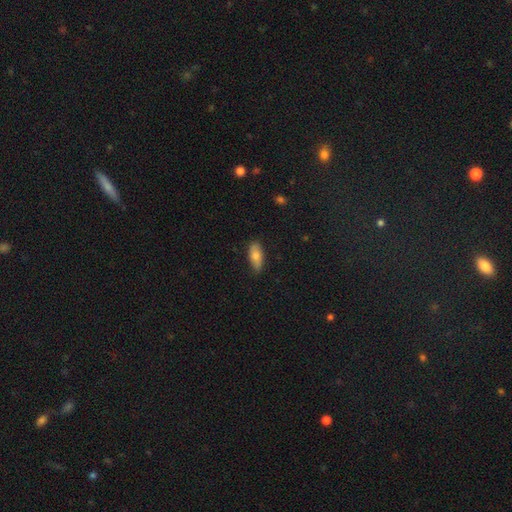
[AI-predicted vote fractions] Smooth or featured?
  - smooth: 73% *
  - featured or disk: 20%
  - star or artifact: 6%
How rounded?
  - in between: 80% *
  - cigar-shaped: 17%
  - round: 3%
Merging?
  - none: 80% *
  - minor disturbance: 17%
  - major disturbance: 2%
  - merger: 1%